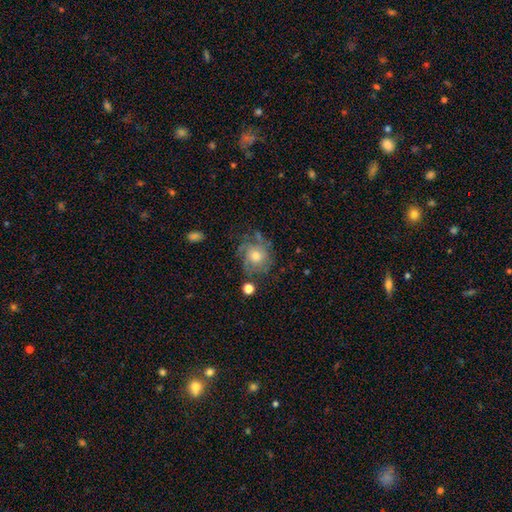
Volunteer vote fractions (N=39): Smooth or featured? featured or disk (77%)
Edge-on disk? no (97%)
Bar? no (79%)
Spiral arms? yes (79%)
Spiral winding? medium (48%)
Spiral arm count? can't tell (61%)
Bulge size? moderate (66%)
Merging? none (69%)